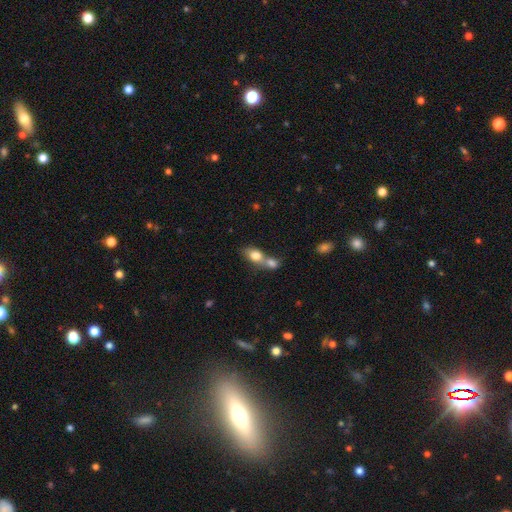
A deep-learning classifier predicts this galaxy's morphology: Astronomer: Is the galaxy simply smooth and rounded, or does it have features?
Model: smooth — 77%.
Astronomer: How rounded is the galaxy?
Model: in between — 71%.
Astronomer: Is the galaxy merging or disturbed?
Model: merger — 69%.